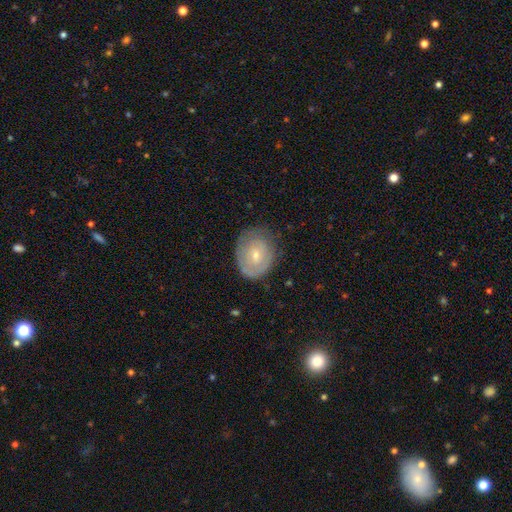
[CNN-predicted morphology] smooth_or_featured: featured or disk (p=0.51) [alt: smooth p=0.43]
disk_edge_on: no (p=0.96) [alt: yes p=0.04]
merging: none (p=0.67) [alt: minor disturbance p=0.24]